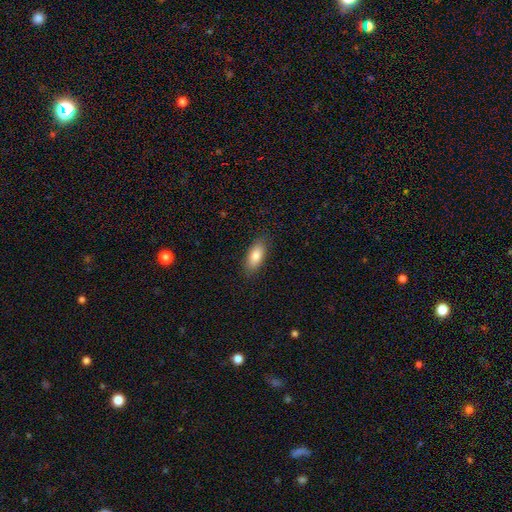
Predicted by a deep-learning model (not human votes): smooth-or-featured: smooth: 82% | featured or disk: 11% | star or artifact: 7%
  how-rounded: in between: 84% | cigar-shaped: 14% | round: 3%
  merging: none: 85% | minor disturbance: 11% | major disturbance: 3% | merger: 1%